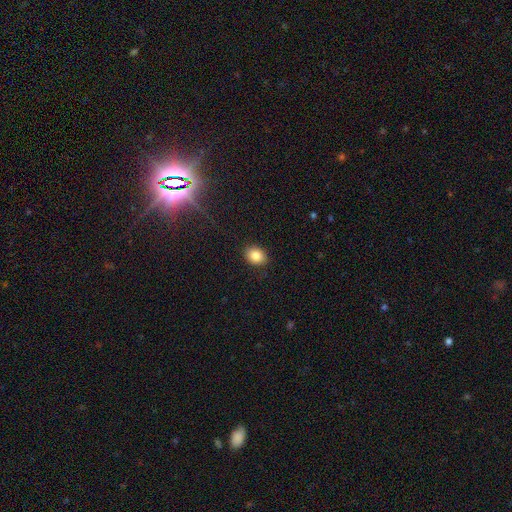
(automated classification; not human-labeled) smooth 85%, star or artifact 9%, featured or disk 6%. Down the decision tree: how rounded — in between (58%); merging — none (89%).